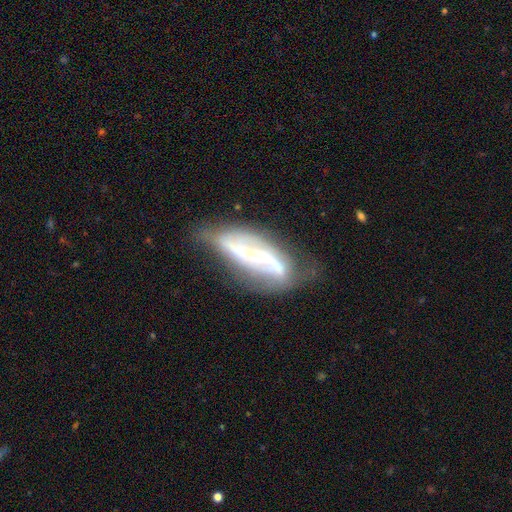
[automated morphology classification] Smooth or featured? Predicted: featured or disk (p=0.81). Edge-on disk? Predicted: no (p=0.79). Bar? Predicted: strong (p=0.52). Spiral arms? Predicted: yes (p=0.80). Spiral winding? Predicted: loose (p=0.43). Spiral arm count? Predicted: 2 (p=0.75). Bulge size? Predicted: small (p=0.50). Merging? Predicted: none (p=0.56).